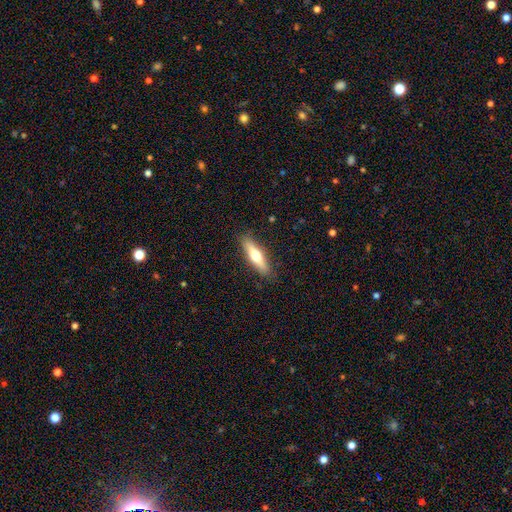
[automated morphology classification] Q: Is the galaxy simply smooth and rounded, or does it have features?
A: smooth — 51%.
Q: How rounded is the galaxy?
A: cigar-shaped — 71%.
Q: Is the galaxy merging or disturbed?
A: none — 88%.